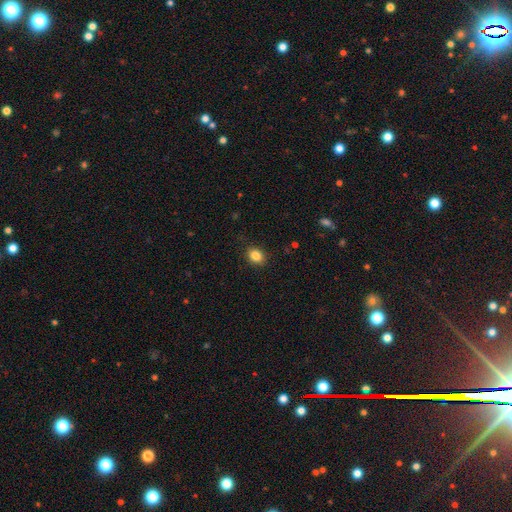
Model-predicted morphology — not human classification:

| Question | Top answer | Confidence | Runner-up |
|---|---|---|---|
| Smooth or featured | smooth | 85% | star or artifact (10%) |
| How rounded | round | 50% | in between (49%) |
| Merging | none | 87% | minor disturbance (9%) |